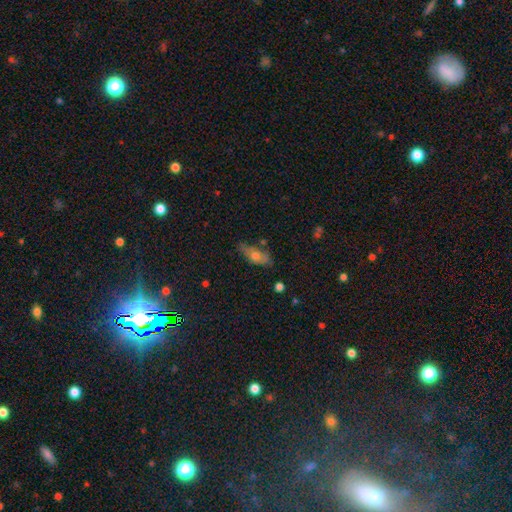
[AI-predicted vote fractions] Smooth or featured? Predicted: smooth (p=0.58). How rounded? Predicted: in between (p=0.66). Merging? Predicted: none (p=0.67).